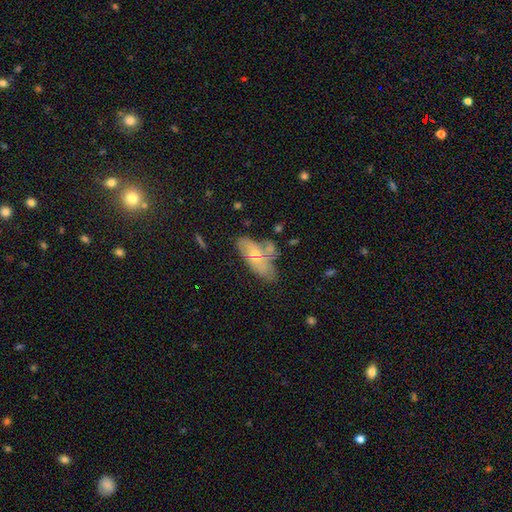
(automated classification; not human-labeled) A smooth galaxy with no disk features (50%) that is in between round and cigar-shaped (82%). Merging: none (43%).